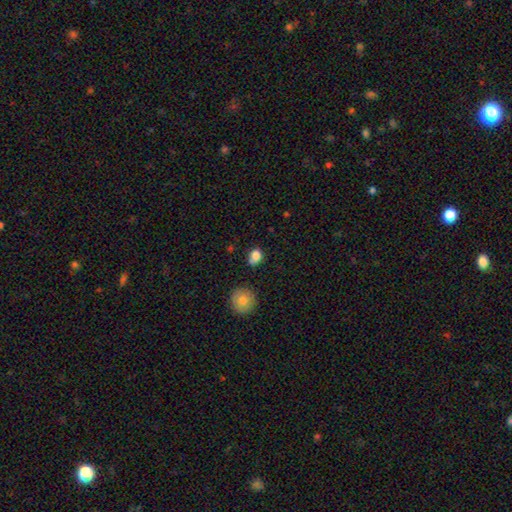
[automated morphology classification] Smooth or featured?
  - smooth: 82% *
  - star or artifact: 10%
  - featured or disk: 8%
How rounded?
  - round: 55% *
  - in between: 44%
  - cigar-shaped: 1%
Merging?
  - none: 67% *
  - minor disturbance: 22%
  - major disturbance: 6%
  - merger: 5%